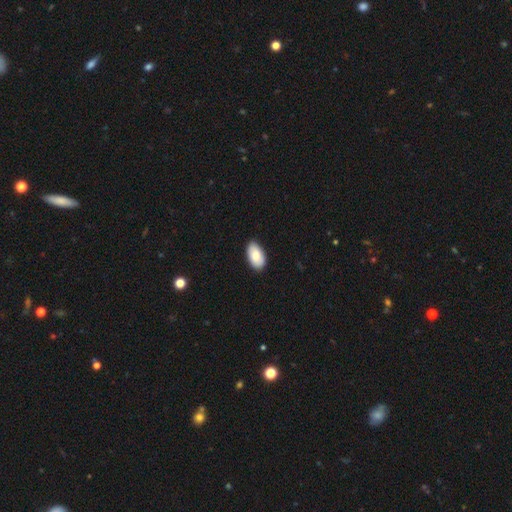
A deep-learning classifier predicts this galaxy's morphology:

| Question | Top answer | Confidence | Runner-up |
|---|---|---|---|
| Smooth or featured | smooth | 81% | featured or disk (13%) |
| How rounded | in between | 95% | round (4%) |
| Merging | none | 86% | minor disturbance (11%) |